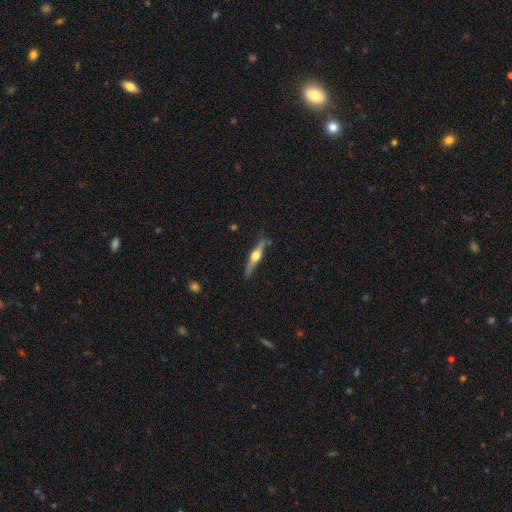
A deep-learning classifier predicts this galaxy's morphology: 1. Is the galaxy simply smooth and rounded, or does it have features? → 71% featured or disk, 24% smooth, 5% star or artifact.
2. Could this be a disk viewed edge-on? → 97% yes, 3% no.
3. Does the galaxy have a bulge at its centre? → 95% rounded, 3% boxy, 2% none.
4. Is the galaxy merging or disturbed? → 83% none, 12% minor disturbance, 2% major disturbance, 2% merger.